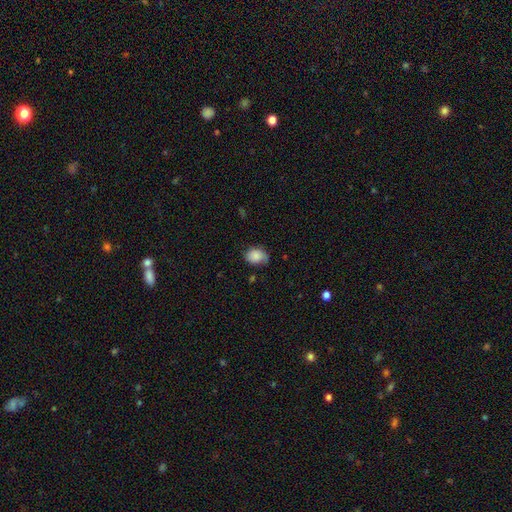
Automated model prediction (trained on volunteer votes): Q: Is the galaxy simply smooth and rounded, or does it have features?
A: smooth — 80%.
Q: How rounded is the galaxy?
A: in between — 62%.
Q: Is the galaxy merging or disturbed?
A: none — 54%.